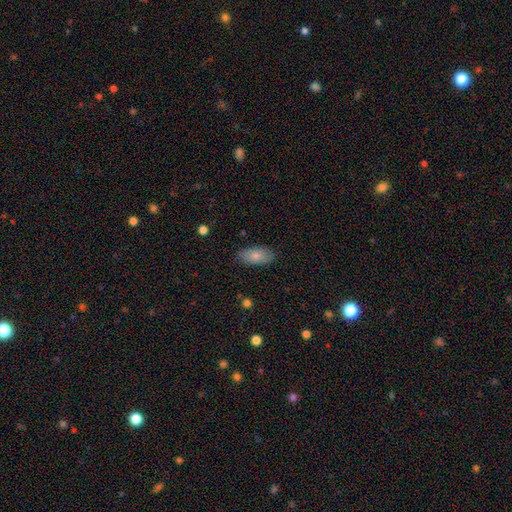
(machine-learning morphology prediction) Smooth or featured?
  - smooth: 80% *
  - featured or disk: 13%
  - star or artifact: 7%
How rounded?
  - in between: 92% *
  - cigar-shaped: 5%
  - round: 3%
Merging?
  - none: 84% *
  - minor disturbance: 12%
  - major disturbance: 3%
  - merger: 1%